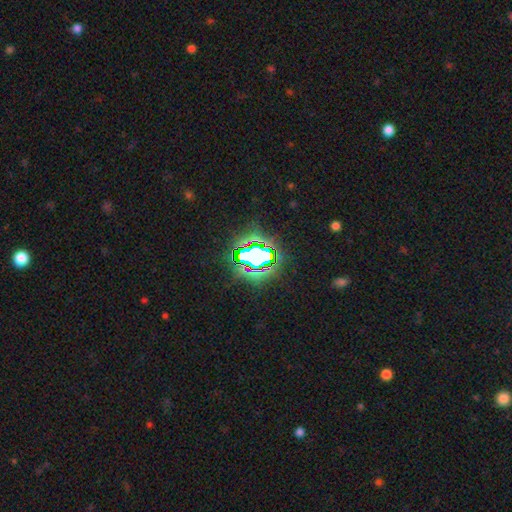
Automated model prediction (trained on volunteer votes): Q: Smooth or featured?
A: star or artifact (64%); runner-up: smooth (21%)